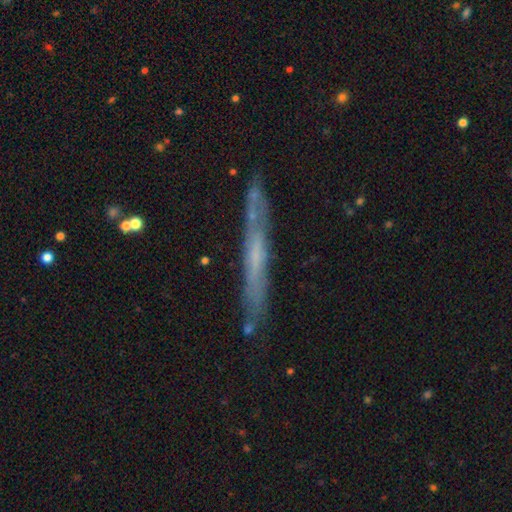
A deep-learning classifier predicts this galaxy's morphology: Smooth or featured? featured or disk (55%)
Edge-on disk? yes (87%)
Merging? none (81%)